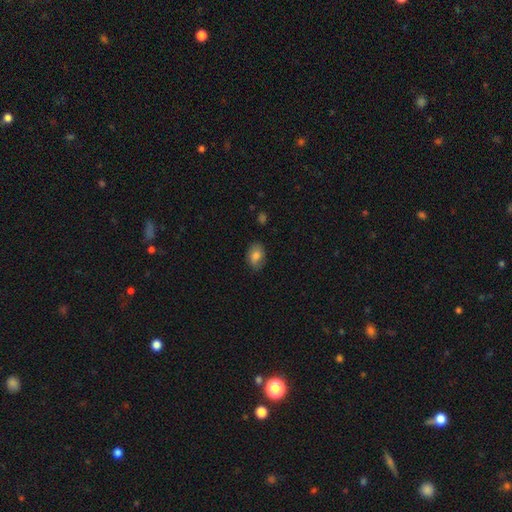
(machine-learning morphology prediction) A smooth galaxy with no disk features (80%) that is in between round and cigar-shaped (83%). Merging: none (79%).